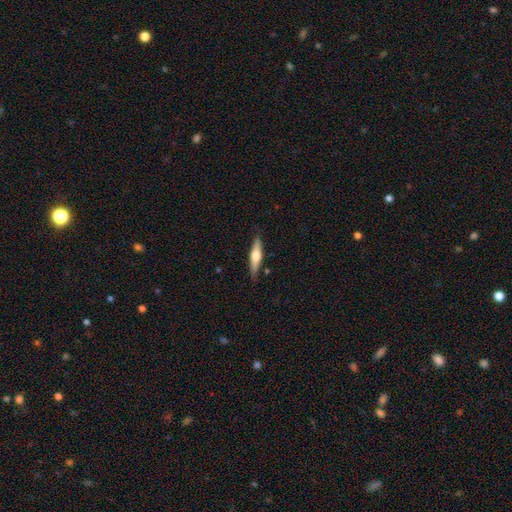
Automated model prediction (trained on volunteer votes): This appears to be a featured or disk galaxy (50%) viewed edge-on (94%). Merging: none (84%).